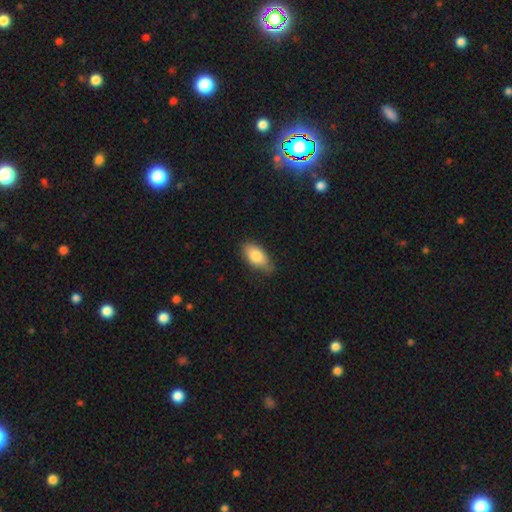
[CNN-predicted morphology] Q: Smooth or featured?
A: smooth (82%); runner-up: featured or disk (12%)
Q: How rounded?
A: in between (91%); runner-up: cigar-shaped (5%)
Q: Merging?
A: none (67%); runner-up: minor disturbance (27%)